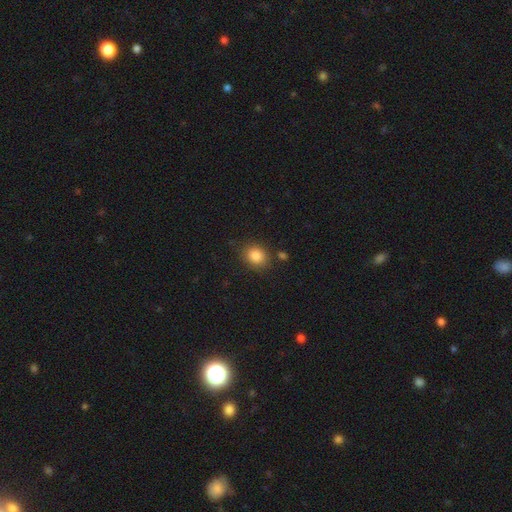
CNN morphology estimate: This appears to be a smooth galaxy with no disk features (86%) that is round (61%). Merging: none (78%).